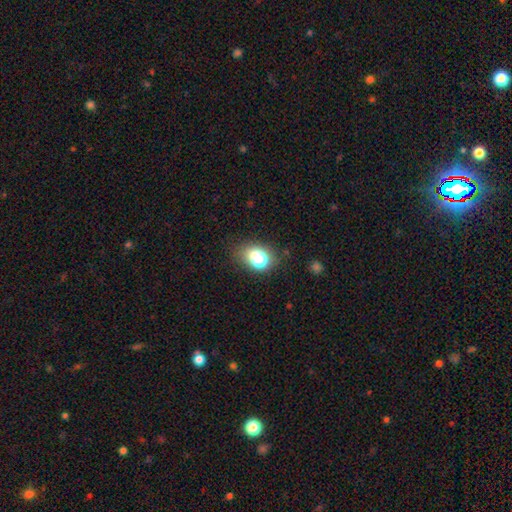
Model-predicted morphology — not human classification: This appears to be a smooth galaxy with no disk features (73%) that is in between round and cigar-shaped (66%). Merging: none (57%).